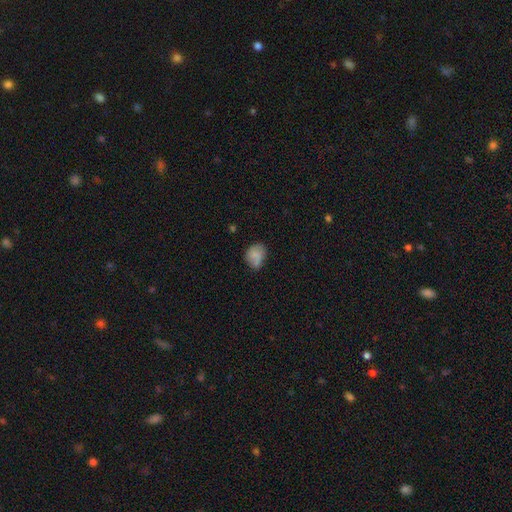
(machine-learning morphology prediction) Smooth or featured? smooth (77%)
How rounded? in between (54%)
Merging? none (58%)